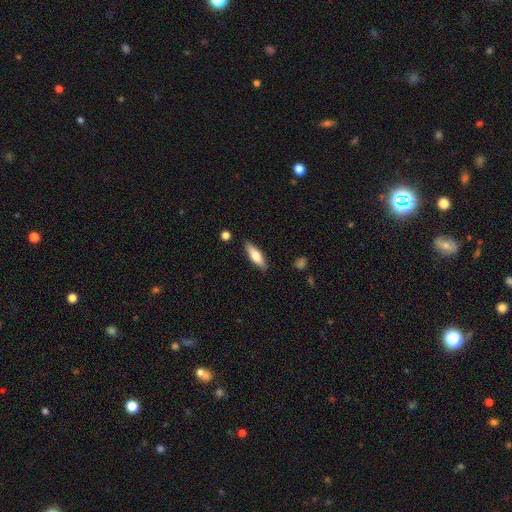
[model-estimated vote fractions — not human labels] Smooth or featured?
  - smooth: 68% *
  - featured or disk: 26%
  - star or artifact: 6%
How rounded?
  - cigar-shaped: 53% *
  - in between: 45%
  - round: 2%
Merging?
  - none: 86% *
  - minor disturbance: 10%
  - major disturbance: 2%
  - merger: 2%